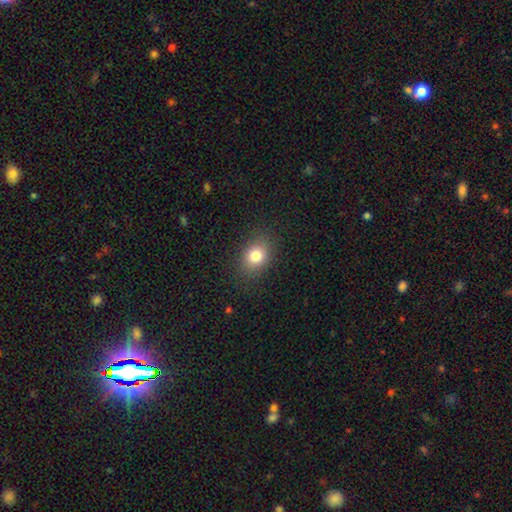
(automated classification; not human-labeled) smooth-or-featured: smooth: 80% | star or artifact: 11% | featured or disk: 9%
  how-rounded: in between: 56% | round: 43% | cigar-shaped: 1%
  merging: none: 86% | minor disturbance: 10% | major disturbance: 3% | merger: 1%